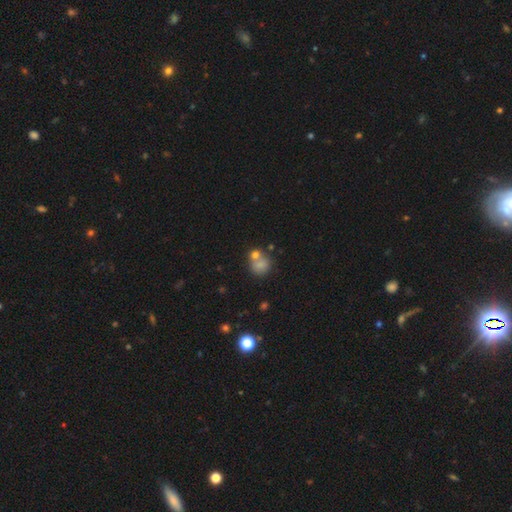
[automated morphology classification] Smooth or featured? Predicted: smooth (p=0.74). How rounded? Predicted: round (p=0.77). Merging? Predicted: none (p=0.47).